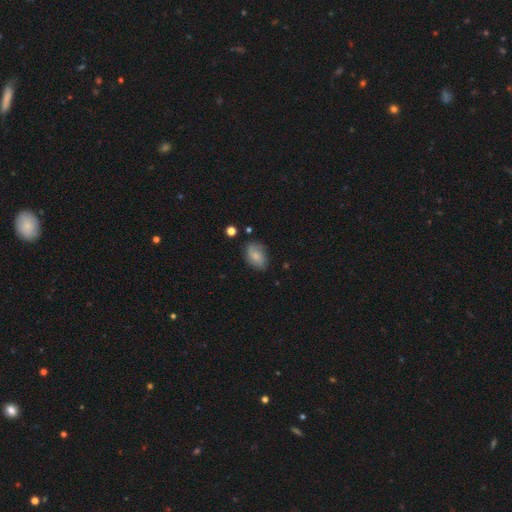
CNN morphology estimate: Smooth or featured? Predicted: smooth (p=0.66). How rounded? Predicted: in between (p=0.84). Merging? Predicted: none (p=0.70).